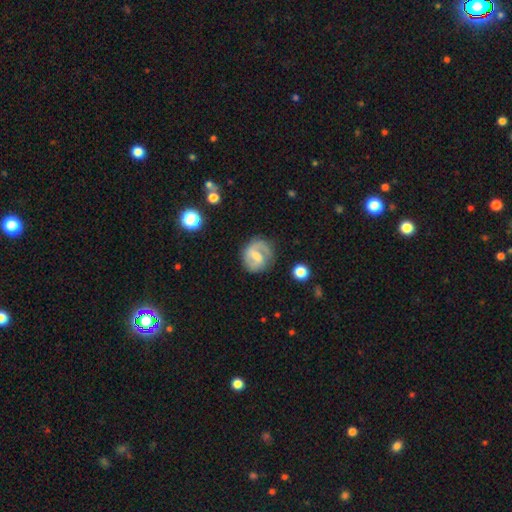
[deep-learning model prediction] Smooth or featured?
  - featured or disk: 70% *
  - smooth: 23%
  - star or artifact: 6%
Edge-on disk?
  - no: 97% *
  - yes: 3%
Bar?
  - weak: 56% *
  - strong: 24%
  - no: 20%
Spiral arms?
  - yes: 89% *
  - no: 11%
Spiral winding?
  - medium: 46% *
  - tight: 31%
  - loose: 24%
Spiral arm count?
  - 2: 66% *
  - 1: 23%
  - can't tell: 9%
  - 3: 2%
  - 4: 1%
  - more than 4: 1%
Bulge size?
  - moderate: 41% *
  - small: 37%
  - none: 15%
  - large: 6%
  - dominant: 1%
Merging?
  - none: 69% *
  - minor disturbance: 18%
  - major disturbance: 10%
  - merger: 2%